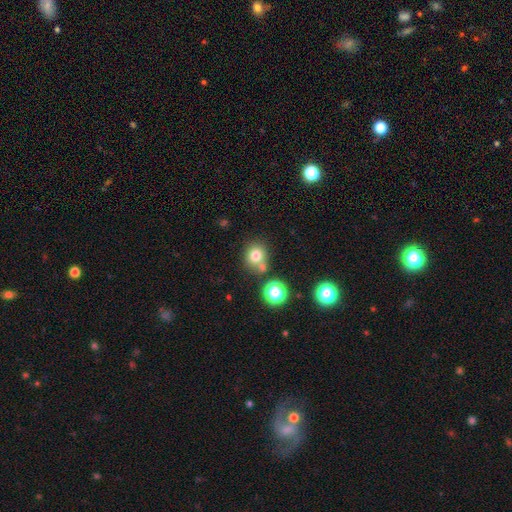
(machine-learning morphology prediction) Overall: smooth (76%). How rounded: round (83%). Merging: none (63%; merger 23%).